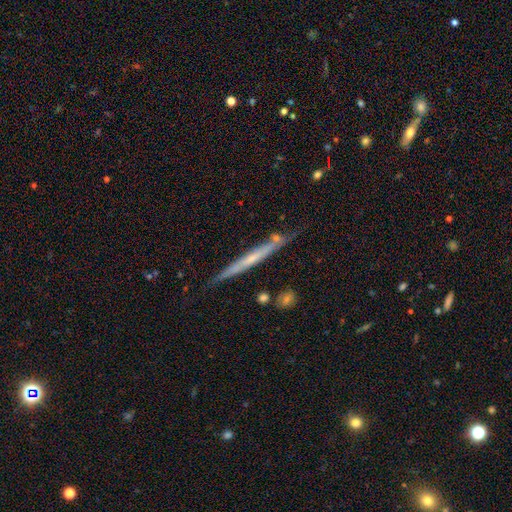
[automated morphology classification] Smooth or featured? featured or disk (65%)
Edge-on disk? yes (95%)
Edge-on bulge? none (67%)
Merging? none (82%)